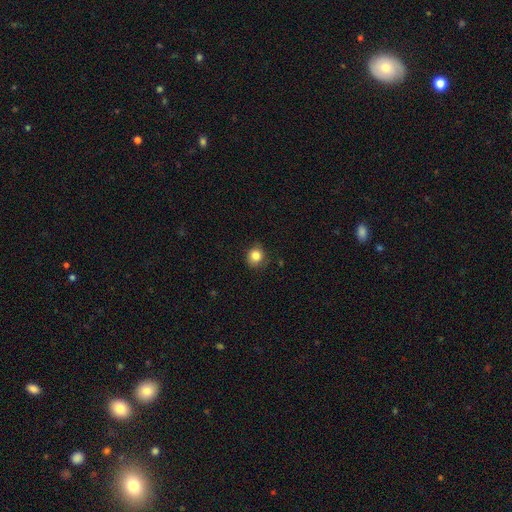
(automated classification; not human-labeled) A smooth galaxy with no disk features (84%) that is round (84%).

Vote fractions:
- Smooth or featured? smooth: 84% / star or artifact: 11% / featured or disk: 6%
- How rounded? round: 84% / in between: 15% / cigar-shaped: 1%
- Merging? none: 84% / minor disturbance: 12% / major disturbance: 3% / merger: 1%